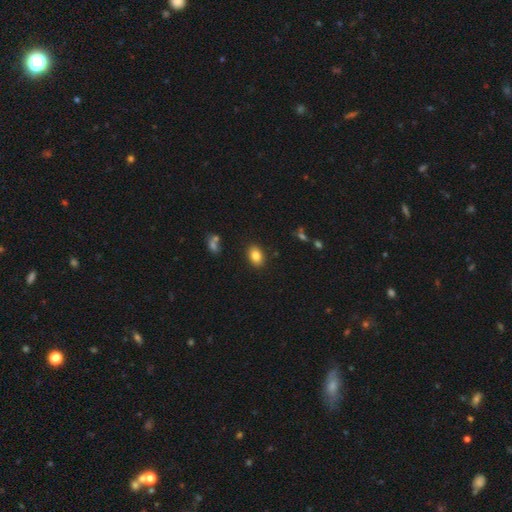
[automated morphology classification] Smooth or featured? Predicted: smooth (p=0.83). How rounded? Predicted: in between (p=0.80). Merging? Predicted: none (p=0.87).